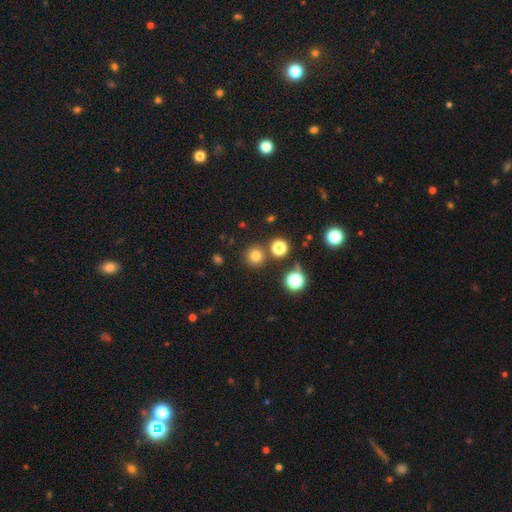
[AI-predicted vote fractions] Overall: smooth (75%). How rounded: round (94%). Merging: none (83%).